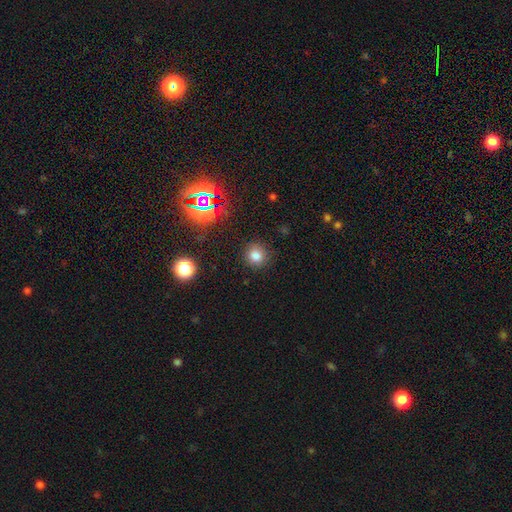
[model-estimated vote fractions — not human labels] Smooth or featured? Predicted: smooth (p=0.78). How rounded? Predicted: round (p=0.90). Merging? Predicted: none (p=0.85).